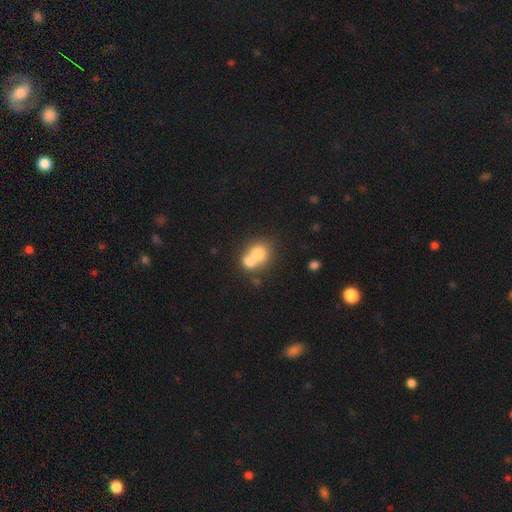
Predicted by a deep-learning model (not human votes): smooth-or-featured: smooth: 74% | featured or disk: 17% | star or artifact: 10%
  how-rounded: round: 67% | in between: 32% | cigar-shaped: 1%
  merging: merger: 64% | none: 26% | minor disturbance: 7% | major disturbance: 4%